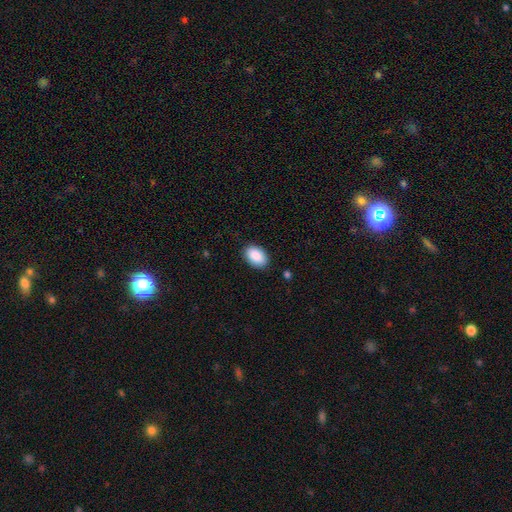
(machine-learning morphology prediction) A smooth galaxy with no disk features (90%) that is in between round and cigar-shaped (93%).

Vote fractions:
- Smooth or featured? smooth: 90% / star or artifact: 6% / featured or disk: 4%
- How rounded? in between: 93% / round: 6% / cigar-shaped: 1%
- Merging? none: 87% / minor disturbance: 10% / major disturbance: 2% / merger: 1%